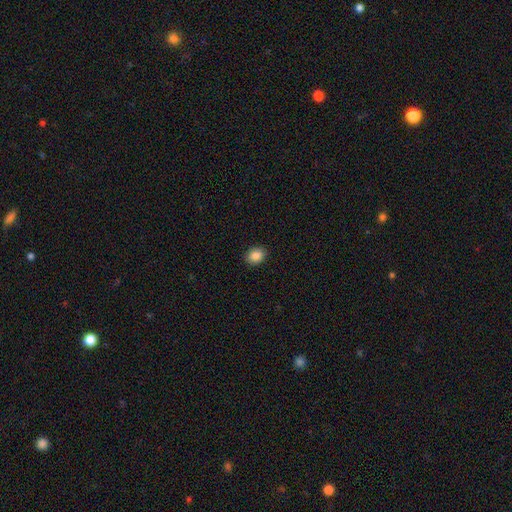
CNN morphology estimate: Smooth or featured?
  - smooth: 87% *
  - star or artifact: 9%
  - featured or disk: 4%
How rounded?
  - in between: 61% *
  - round: 39%
  - cigar-shaped: 1%
Merging?
  - none: 90% *
  - minor disturbance: 7%
  - major disturbance: 2%
  - merger: 1%